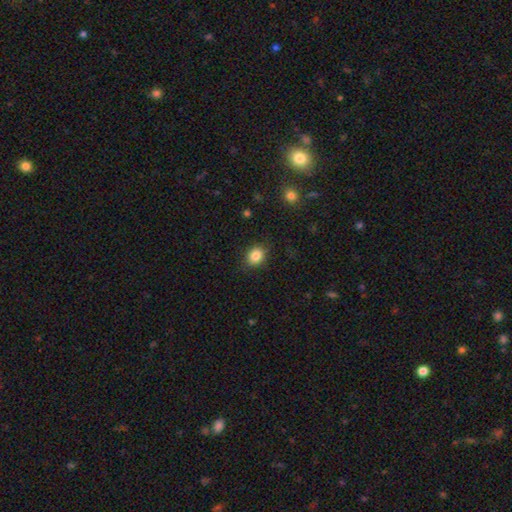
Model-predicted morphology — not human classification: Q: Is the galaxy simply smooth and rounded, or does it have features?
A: smooth — 84%.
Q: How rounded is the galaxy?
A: round — 65%.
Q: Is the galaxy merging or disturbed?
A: none — 86%.